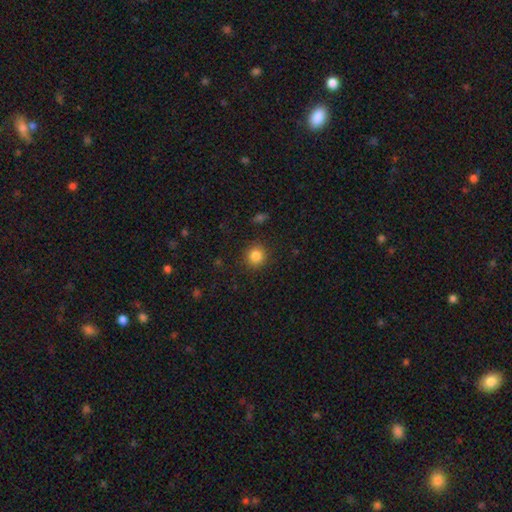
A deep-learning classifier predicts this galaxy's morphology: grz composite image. It shows a smooth galaxy with no disk features (85%) that is round (90%). Merging: none (88%).